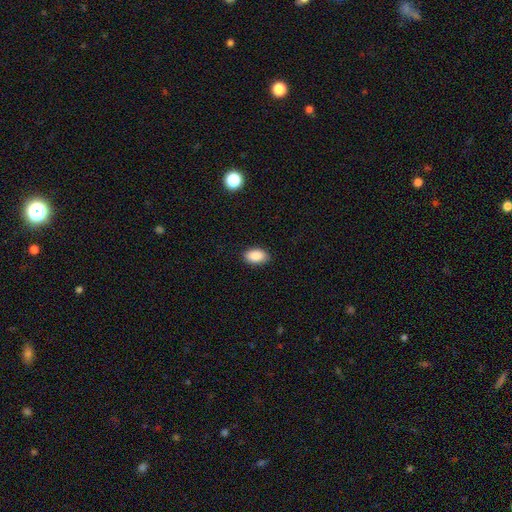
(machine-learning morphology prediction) The model was most divided on "merging": none: 88%, minor disturbance: 9%, major disturbance: 2%, merger: 1%. More confident: how rounded — in between (91%); smooth or featured — smooth (89%).